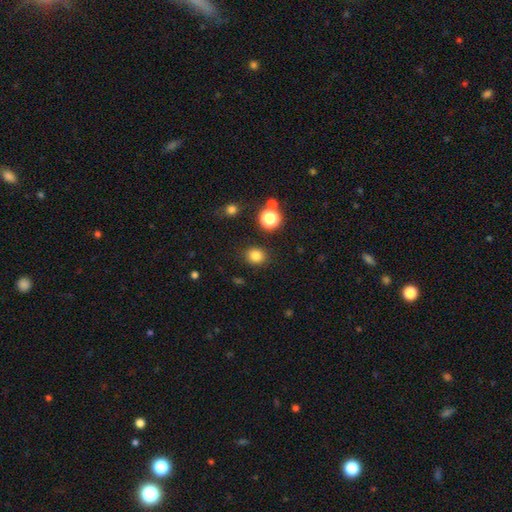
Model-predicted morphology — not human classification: Smooth or featured?
  - smooth: 81% *
  - star or artifact: 14%
  - featured or disk: 5%
How rounded?
  - round: 79% *
  - in between: 20%
  - cigar-shaped: 1%
Merging?
  - none: 87% *
  - minor disturbance: 8%
  - major disturbance: 3%
  - merger: 2%